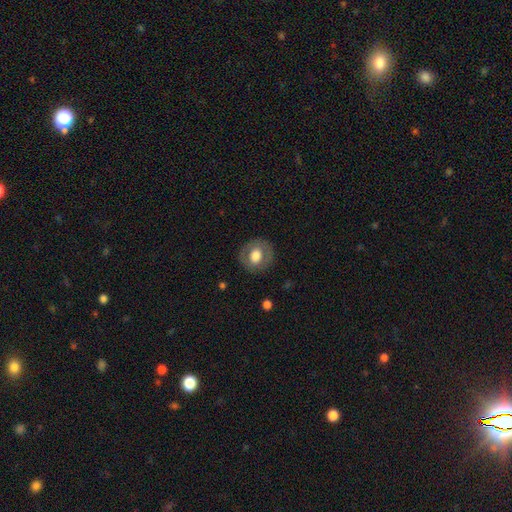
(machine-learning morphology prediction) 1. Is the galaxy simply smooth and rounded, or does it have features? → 63% smooth, 30% featured or disk, 8% star or artifact.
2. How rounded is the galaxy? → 75% round, 24% in between, 1% cigar-shaped.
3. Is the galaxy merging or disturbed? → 82% none, 12% minor disturbance, 5% major disturbance, 1% merger.